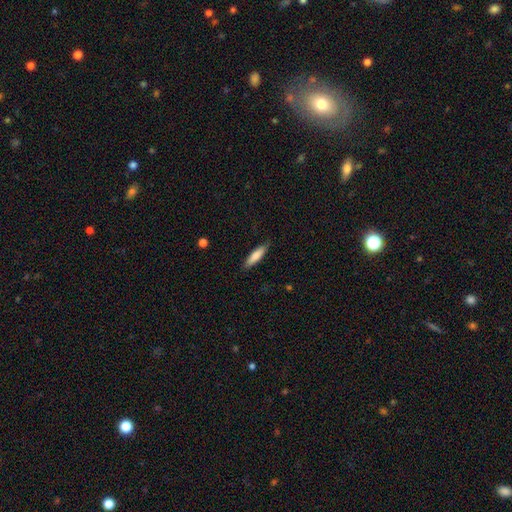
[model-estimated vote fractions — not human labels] Overall: smooth (78%). How rounded: cigar-shaped (75%). Merging: none (86%).